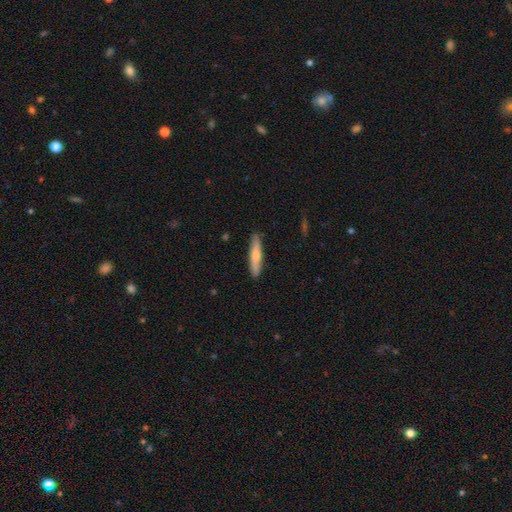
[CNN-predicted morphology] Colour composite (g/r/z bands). It shows a smooth galaxy with no disk features (69%) that is cigar-shaped (89%). Merging: none (88%).